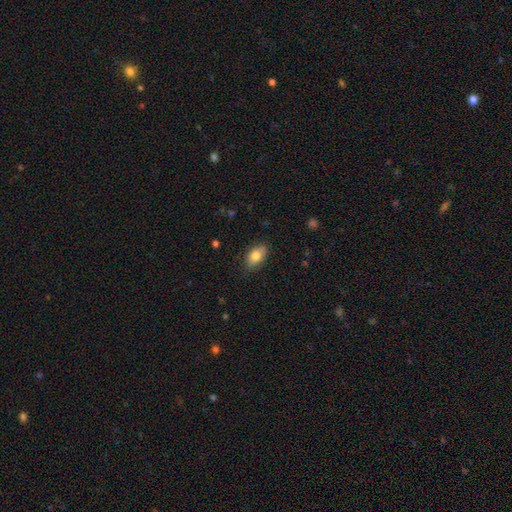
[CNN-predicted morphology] Smooth or featured? Predicted: smooth (p=0.81). How rounded? Predicted: in between (p=0.90). Merging? Predicted: none (p=0.81).